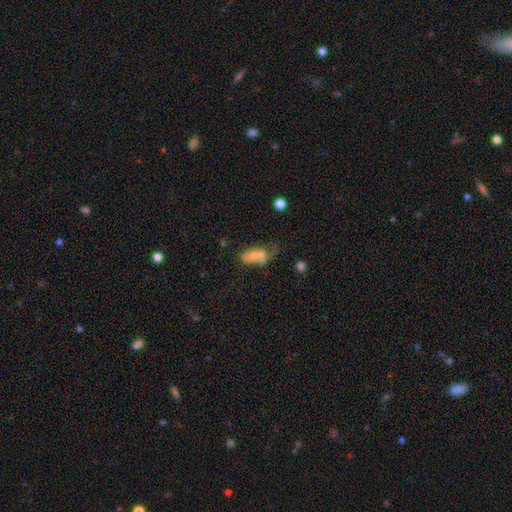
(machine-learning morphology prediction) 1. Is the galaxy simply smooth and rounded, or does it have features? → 60% smooth, 29% featured or disk, 11% star or artifact.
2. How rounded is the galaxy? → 85% in between, 8% cigar-shaped, 8% round.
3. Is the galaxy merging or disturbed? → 39% merger, 23% none, 21% major disturbance, 17% minor disturbance.